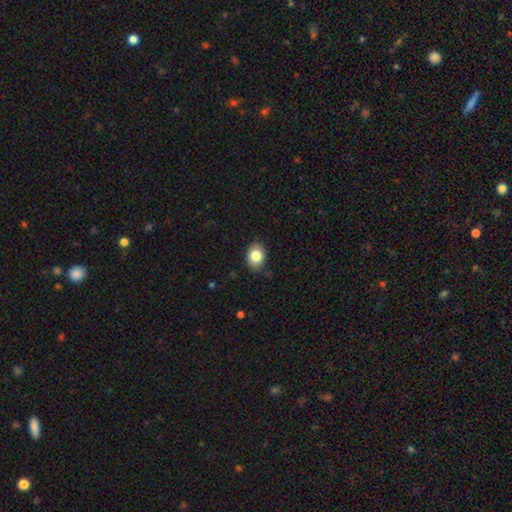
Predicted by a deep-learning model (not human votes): smooth_or_featured: smooth (p=0.83) [alt: featured or disk p=0.09]
how_rounded: in between (p=0.69) [alt: round p=0.30]
merging: none (p=0.86) [alt: minor disturbance p=0.11]